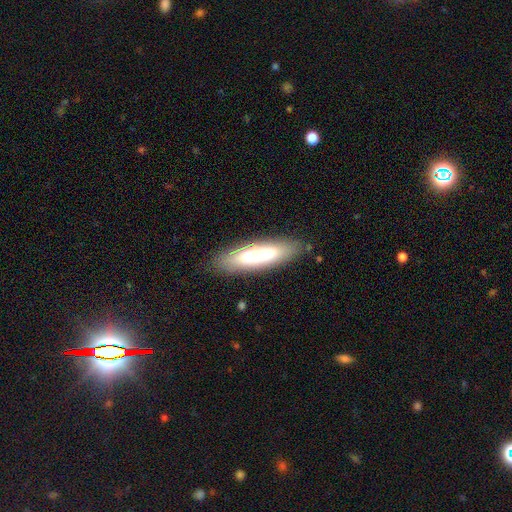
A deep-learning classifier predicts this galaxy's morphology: This is likely a smooth galaxy (66%). How rounded: likely cigar-shaped (64%). Merging: clearly none (83%).